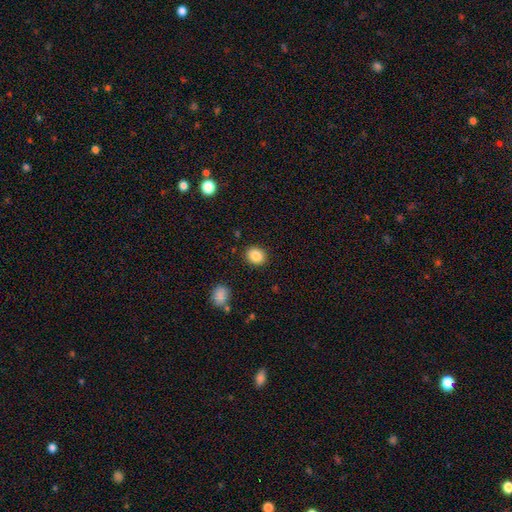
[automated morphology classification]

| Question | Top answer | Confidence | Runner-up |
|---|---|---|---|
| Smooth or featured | smooth | 87% | star or artifact (9%) |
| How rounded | round | 69% | in between (30%) |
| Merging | none | 89% | minor disturbance (7%) |